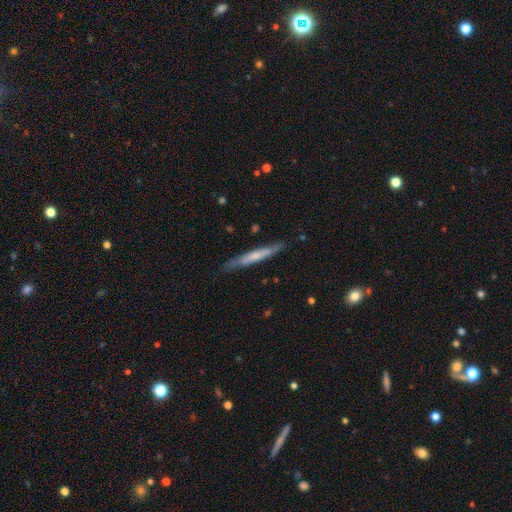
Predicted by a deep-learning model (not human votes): Overall: smooth (49%; featured or disk 46%). Merging: none (82%).